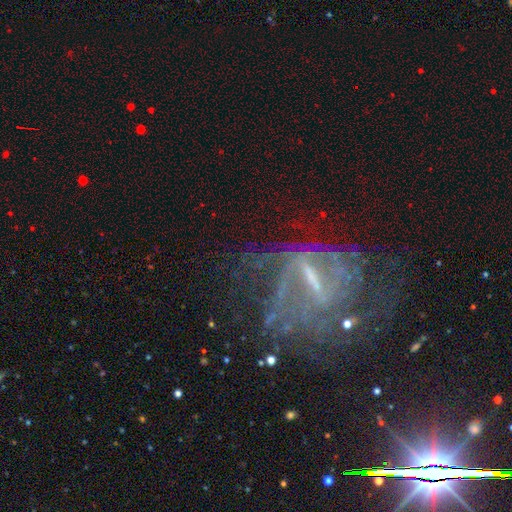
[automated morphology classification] smooth-or-featured: featured or disk: 74% | star or artifact: 16% | smooth: 10%
  disk-edge-on: no: 90% | yes: 10%
    bar: strong: 56% | weak: 30% | no: 14%
    has-spiral-arms: yes: 58% | no: 42%
    bulge-size: small: 40% | none: 31% | moderate: 24% | large: 3% | dominant: 1%
  merging: none: 40% | major disturbance: 38% | minor disturbance: 17% | merger: 5%